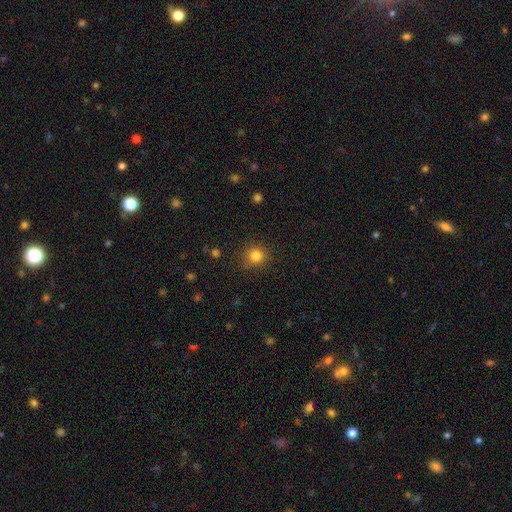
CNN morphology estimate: Smooth or featured? smooth (83%)
How rounded? round (88%)
Merging? none (84%)